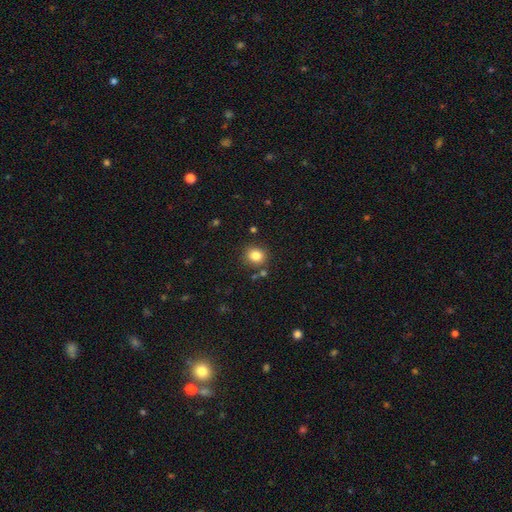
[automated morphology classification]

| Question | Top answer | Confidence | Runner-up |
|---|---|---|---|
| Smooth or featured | smooth | 83% | star or artifact (11%) |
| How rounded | round | 81% | in between (18%) |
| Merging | none | 84% | minor disturbance (9%) |